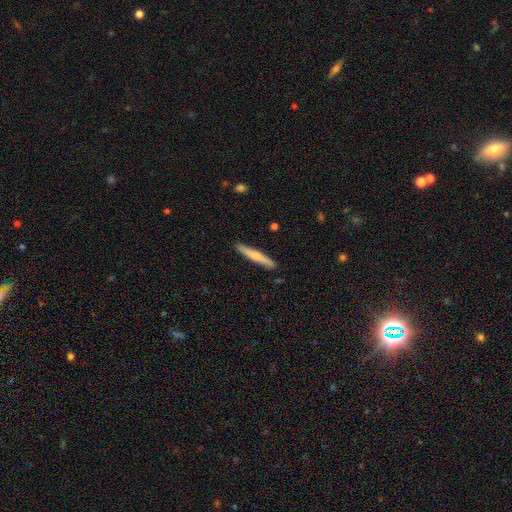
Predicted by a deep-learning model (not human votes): smooth 63%, featured or disk 33%, star or artifact 5%. Down the decision tree: how rounded — cigar-shaped (94%); merging — none (89%).